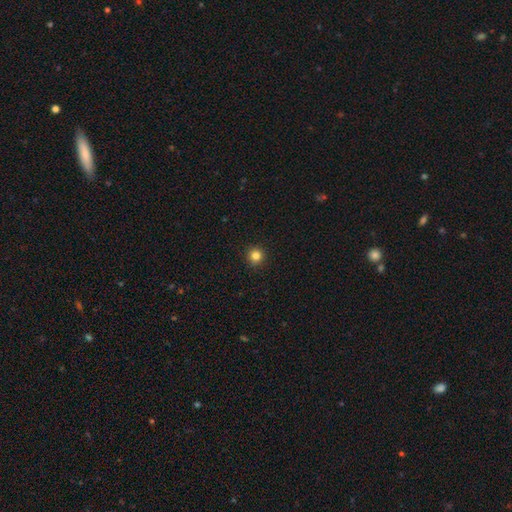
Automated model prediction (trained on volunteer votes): Overall: smooth (83%). How rounded: round (94%). Merging: none (92%).